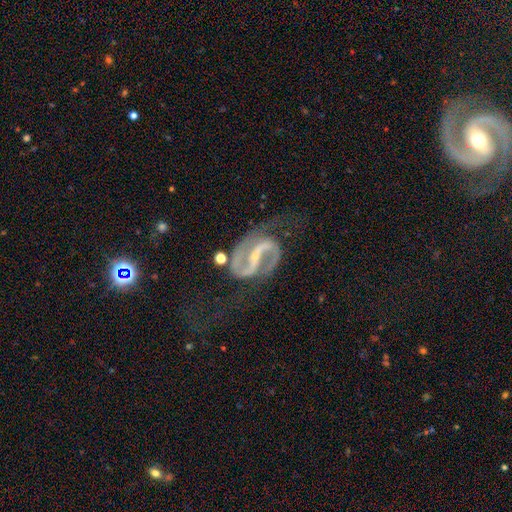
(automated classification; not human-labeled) A featured or disk galaxy (91%) with a strong bar (69%), 2 (93%) medium (54%) spiral arms (97%) and a small central bulge (65%). Merging: none (60%).